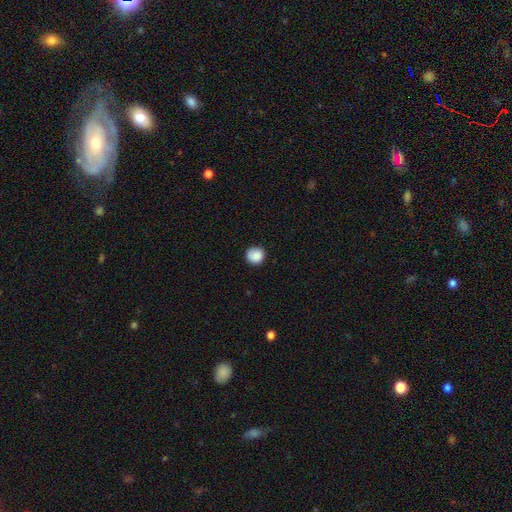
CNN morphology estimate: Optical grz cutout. It shows a smooth galaxy with no disk features (85%) that is round (91%). Merging: none (80%).